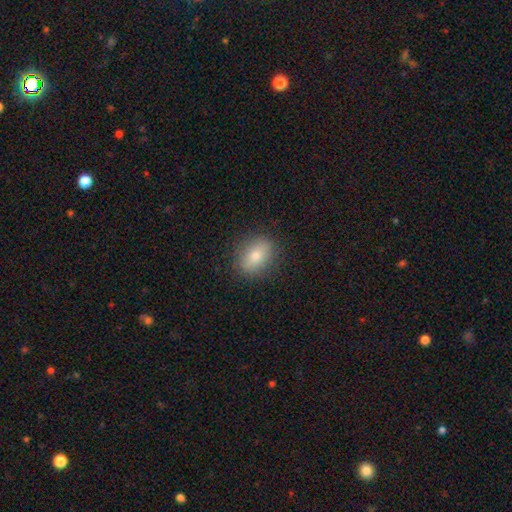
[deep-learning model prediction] This is clearly a smooth galaxy (80%). How rounded: likely in between (67%). Merging: clearly none (86%).